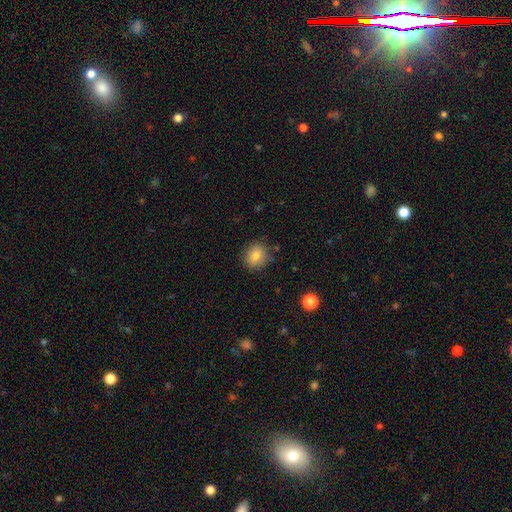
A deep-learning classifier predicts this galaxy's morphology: This is clearly a smooth galaxy (81%). How rounded: likely round (76%). Merging: clearly none (83%).